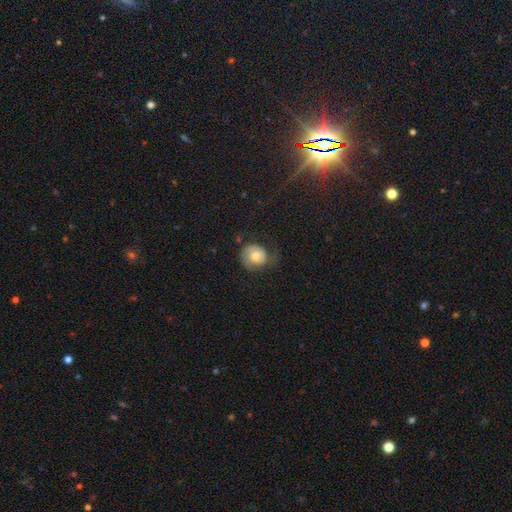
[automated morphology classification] Overall: smooth (52%; featured or disk 39%). How rounded: round (75%). Merging: none (52%; minor disturbance 25%).